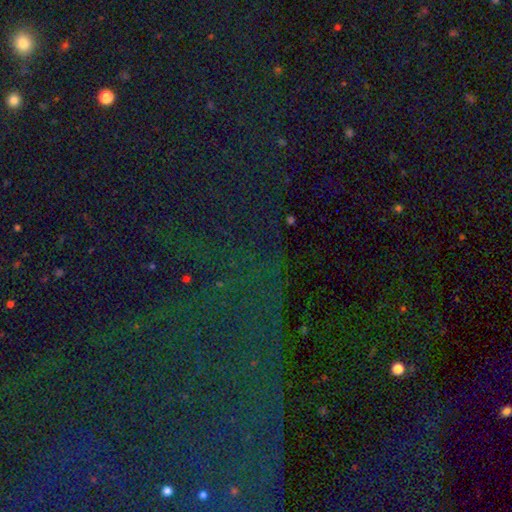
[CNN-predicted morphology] This appears to be a star or artifact, not a galaxy (83%).